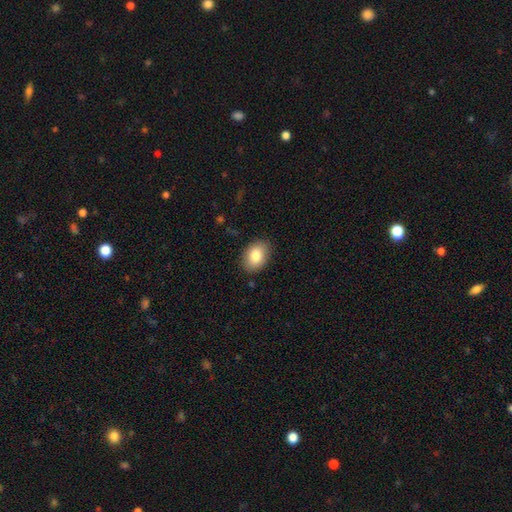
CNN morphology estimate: Overall: smooth (84%). How rounded: in between (82%). Merging: none (86%).